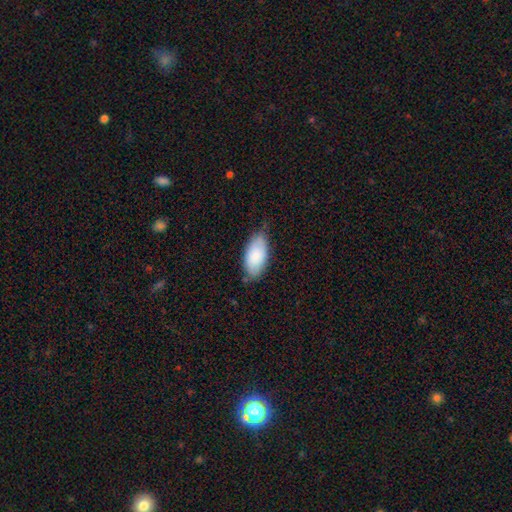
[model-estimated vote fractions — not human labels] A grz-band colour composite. It shows a smooth galaxy with no disk features (85%) that is in between round and cigar-shaped (93%). Merging: none (64%).